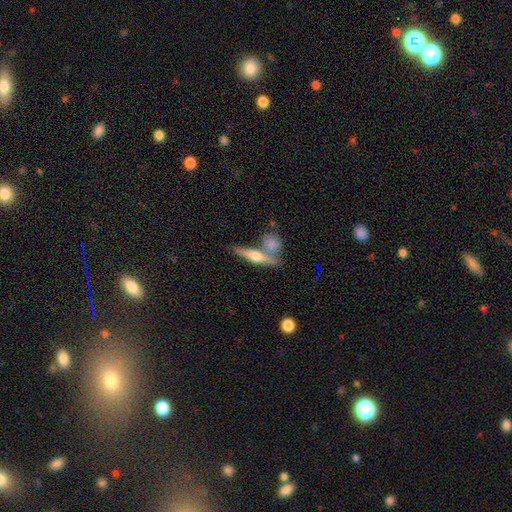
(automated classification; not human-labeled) Smooth or featured?
  - featured or disk: 54% *
  - smooth: 39%
  - star or artifact: 7%
Edge-on disk?
  - yes: 93% *
  - no: 7%
Edge-on bulge?
  - rounded: 88% *
  - boxy: 6%
  - none: 6%
Merging?
  - none: 62% *
  - merger: 25%
  - minor disturbance: 10%
  - major disturbance: 4%